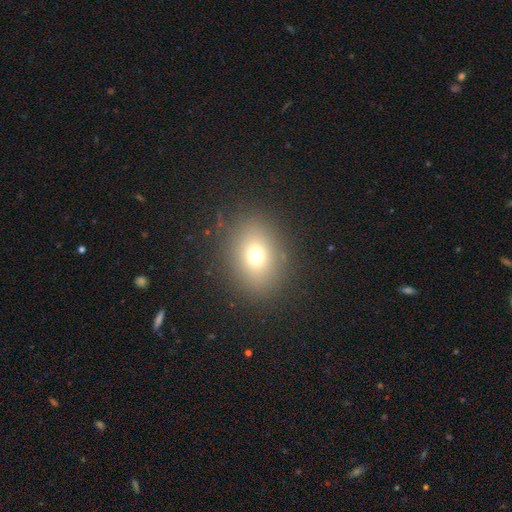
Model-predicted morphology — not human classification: This appears to be a smooth galaxy with no disk features (71%) that is in between round and cigar-shaped (56%). Merging: none (86%).